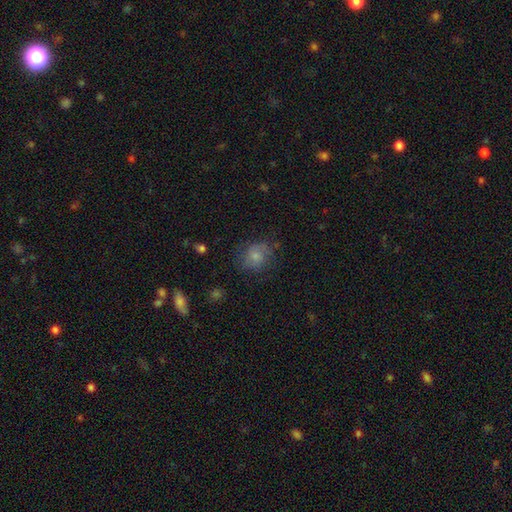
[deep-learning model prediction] Morphology: type=smooth (71%); roundness=round (72%); merging=none (67%).